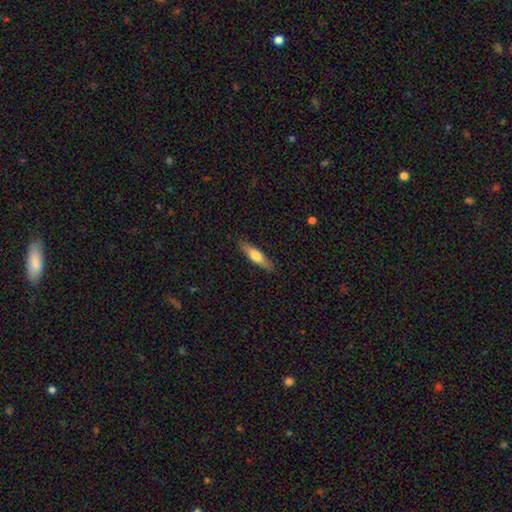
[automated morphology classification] A smooth galaxy with no disk features (60%) that is cigar-shaped (68%).

Vote fractions:
- Smooth or featured? smooth: 60% / featured or disk: 34% / star or artifact: 6%
- How rounded? cigar-shaped: 68% / in between: 30% / round: 2%
- Merging? none: 88% / minor disturbance: 9% / major disturbance: 2% / merger: 1%